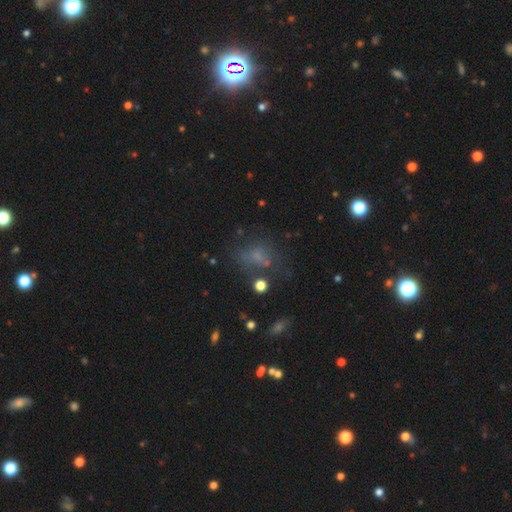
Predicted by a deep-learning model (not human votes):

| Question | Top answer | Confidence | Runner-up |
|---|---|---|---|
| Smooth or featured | smooth | 47% | star or artifact (28%) |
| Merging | none | 48% | major disturbance (24%) |